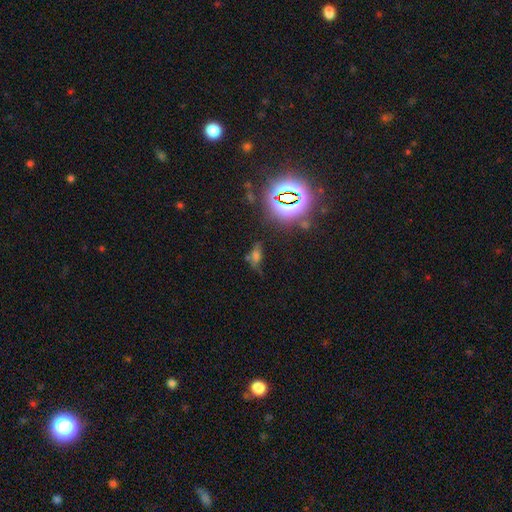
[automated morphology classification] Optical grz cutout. It shows a smooth galaxy with no disk features (47%). Merging: none (53%).